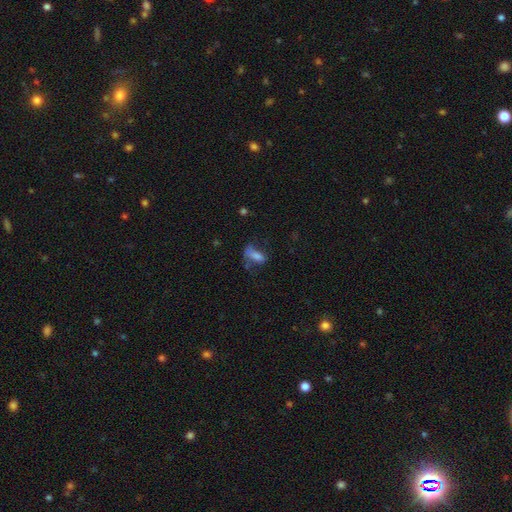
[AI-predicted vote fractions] This is possibly a smooth galaxy (59%). How rounded: likely in between (67%). Merging: marginally none (36%).